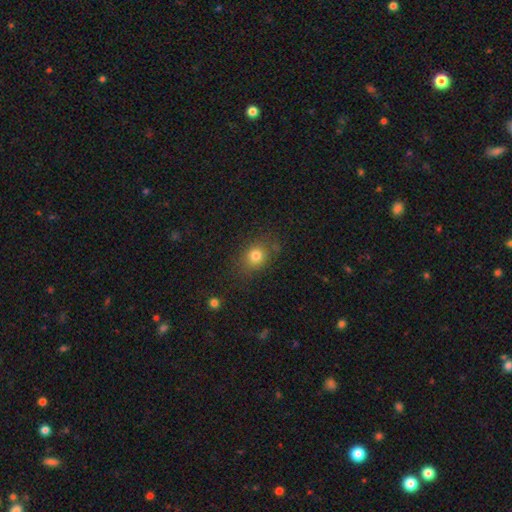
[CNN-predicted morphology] Smooth or featured? smooth (79%)
How rounded? round (59%)
Merging? none (76%)